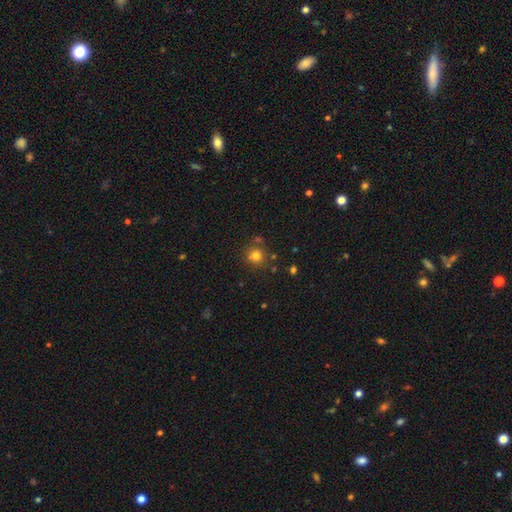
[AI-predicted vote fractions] A smooth galaxy with no disk features (77%) that is round (89%).

Vote fractions:
- Smooth or featured? smooth: 77% / star or artifact: 15% / featured or disk: 8%
- How rounded? round: 89% / in between: 10% / cigar-shaped: 1%
- Merging? none: 77% / minor disturbance: 11% / merger: 9% / major disturbance: 3%